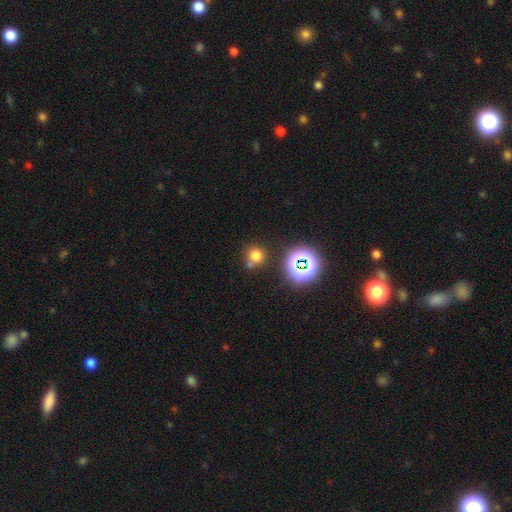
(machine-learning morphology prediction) Q: Smooth or featured?
A: smooth (69%); runner-up: star or artifact (23%)
Q: How rounded?
A: round (87%); runner-up: in between (11%)
Q: Merging?
A: none (66%); runner-up: merger (18%)